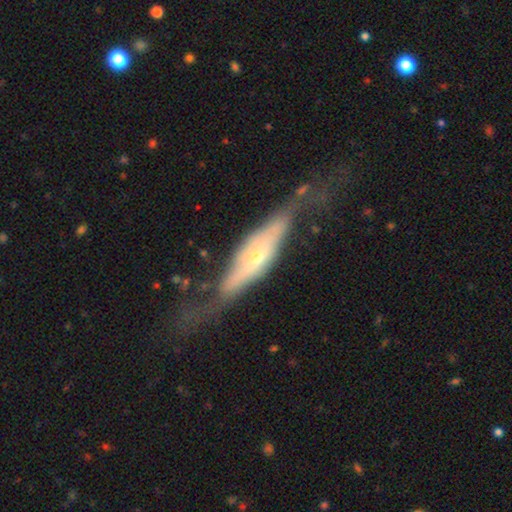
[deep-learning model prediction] Smooth or featured? Predicted: featured or disk (p=0.70). Edge-on disk? Predicted: yes (p=0.60). Merging? Predicted: none (p=0.47).